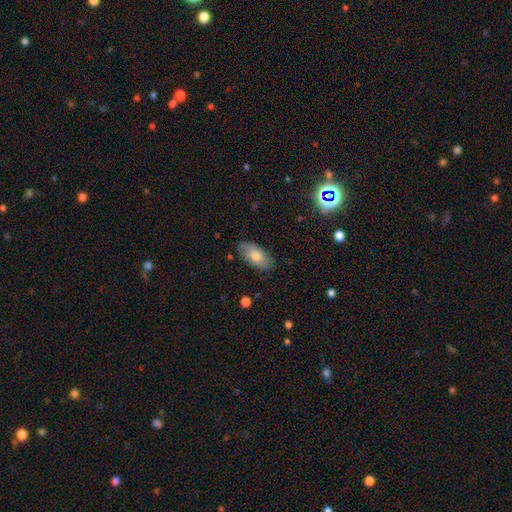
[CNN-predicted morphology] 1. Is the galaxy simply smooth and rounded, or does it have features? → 65% smooth, 25% featured or disk, 10% star or artifact.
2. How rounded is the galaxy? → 91% in between, 5% cigar-shaped, 4% round.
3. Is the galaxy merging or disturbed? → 81% none, 15% minor disturbance, 3% major disturbance, 1% merger.